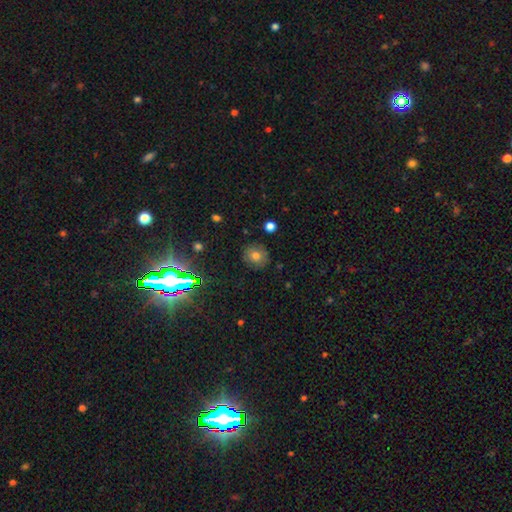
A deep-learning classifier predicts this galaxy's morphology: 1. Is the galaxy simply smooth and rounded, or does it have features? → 73% smooth, 15% star or artifact, 11% featured or disk.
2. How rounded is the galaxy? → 84% round, 15% in between, 1% cigar-shaped.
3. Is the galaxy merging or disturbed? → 85% none, 11% minor disturbance, 3% major disturbance, 2% merger.